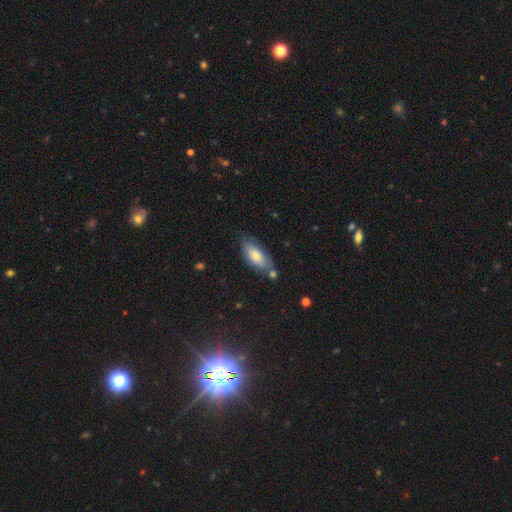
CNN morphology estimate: smooth_or_featured: smooth (p=0.71) [alt: featured or disk p=0.22]
how_rounded: in between (p=0.81) [alt: cigar-shaped p=0.16]
merging: none (p=0.68) [alt: minor disturbance p=0.19]